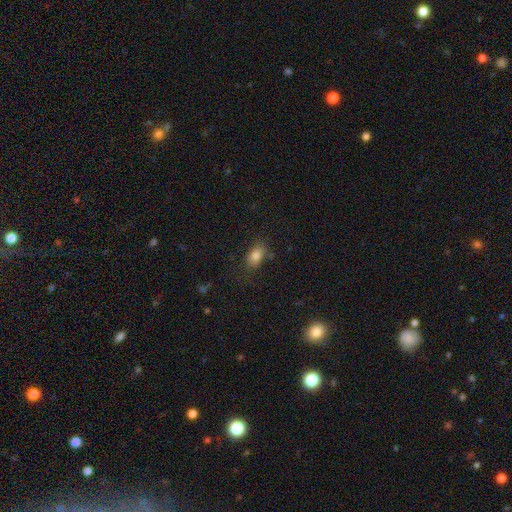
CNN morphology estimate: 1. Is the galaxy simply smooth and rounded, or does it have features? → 81% smooth, 10% star or artifact, 9% featured or disk.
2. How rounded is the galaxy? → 84% in between, 13% round, 3% cigar-shaped.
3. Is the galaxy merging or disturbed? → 73% none, 18% minor disturbance, 6% major disturbance, 3% merger.